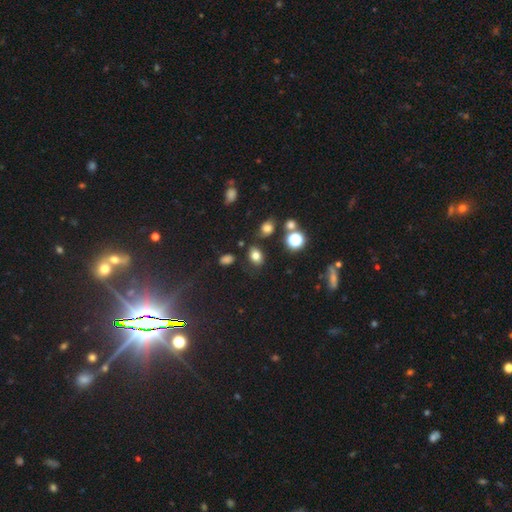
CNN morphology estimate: Smooth or featured: smooth — 76% (star or artifact — 16%)
How rounded: in between — 73% (round — 26%)
Merging: none — 77% (minor disturbance — 14%)